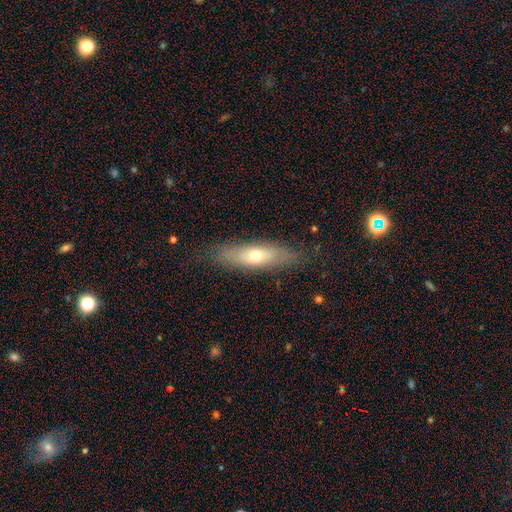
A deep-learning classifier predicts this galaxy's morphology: Smooth or featured? Predicted: smooth (p=0.58). How rounded? Predicted: cigar-shaped (p=0.54). Merging? Predicted: none (p=0.80).